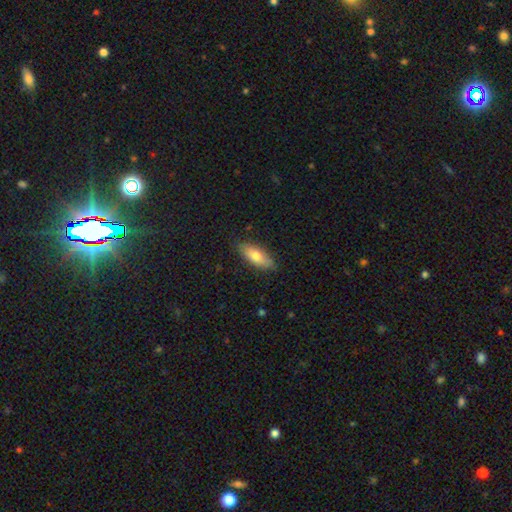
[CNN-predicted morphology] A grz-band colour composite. It shows a smooth galaxy with no disk features (72%) that is in between round and cigar-shaped (75%). Merging: none (83%).